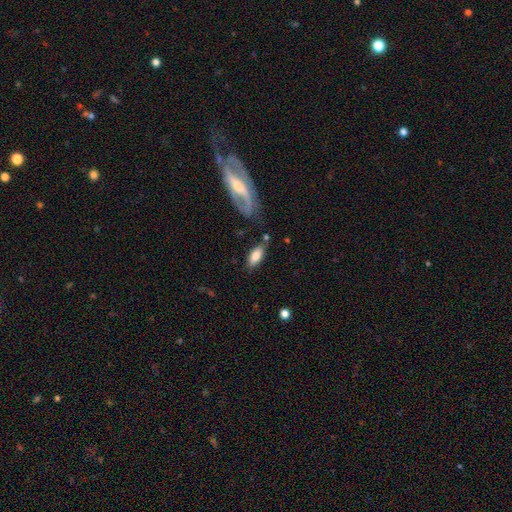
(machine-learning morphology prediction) Smooth or featured? smooth (78%)
How rounded? in between (86%)
Merging? none (71%)